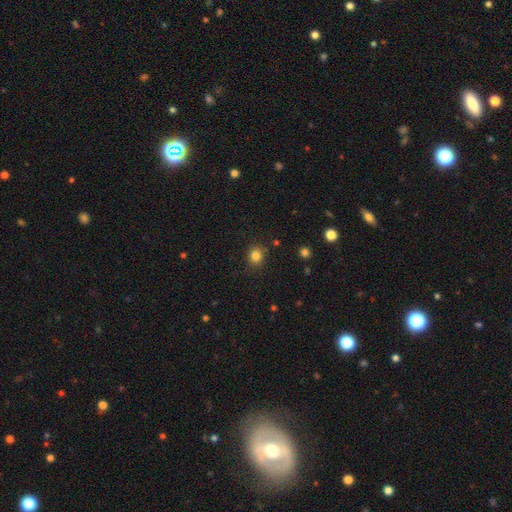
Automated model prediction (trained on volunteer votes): Overall: smooth (83%). How rounded: round (78%). Merging: none (85%).